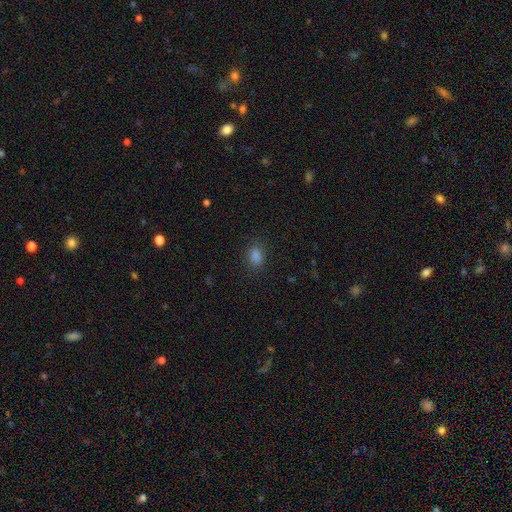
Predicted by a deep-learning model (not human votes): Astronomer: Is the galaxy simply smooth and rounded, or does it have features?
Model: smooth — 81%.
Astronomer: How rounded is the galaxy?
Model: in between — 76%.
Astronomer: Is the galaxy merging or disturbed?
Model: none — 84%.